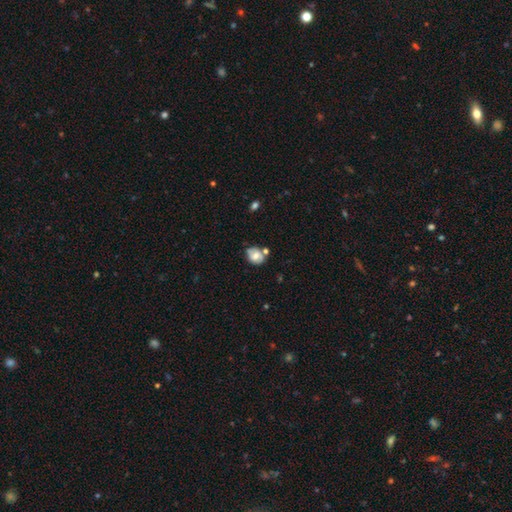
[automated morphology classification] type=smooth (60%); roundness=round (54%); merging=none (55%).